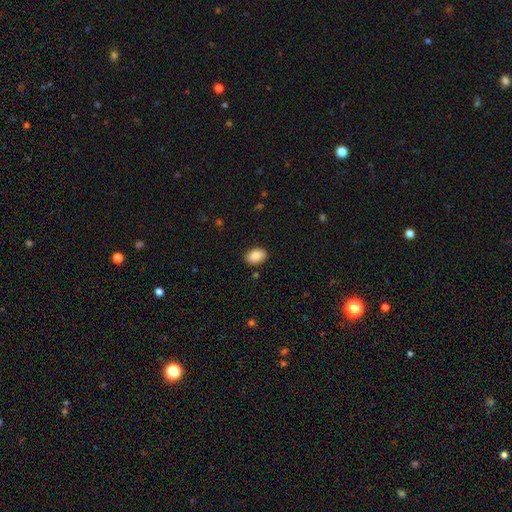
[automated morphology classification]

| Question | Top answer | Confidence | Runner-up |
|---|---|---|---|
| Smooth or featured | smooth | 87% | star or artifact (7%) |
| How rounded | in between | 84% | round (15%) |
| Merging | none | 86% | minor disturbance (10%) |